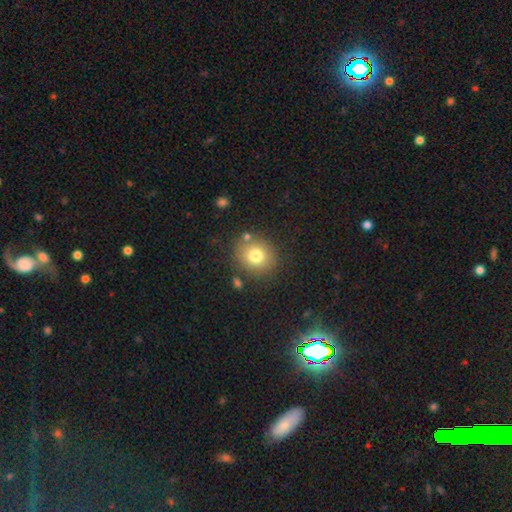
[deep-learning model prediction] smooth 77%, star or artifact 12%, featured or disk 11%. Down the decision tree: how rounded — round (84%); merging — none (81%).